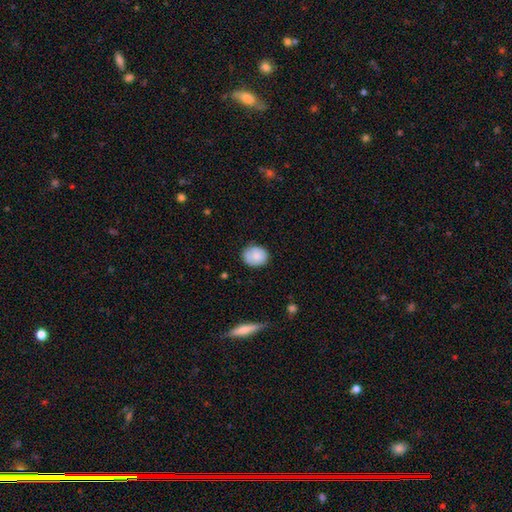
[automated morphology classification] This appears to be a smooth galaxy with no disk features (80%) that is round (58%). Merging: none (74%).